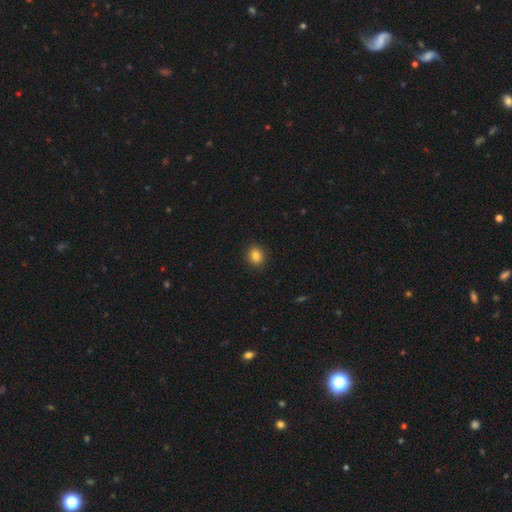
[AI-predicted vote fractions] Smooth or featured: smooth — 84% (star or artifact — 11%)
How rounded: round — 74% (in between — 26%)
Merging: none — 90% (minor disturbance — 7%)